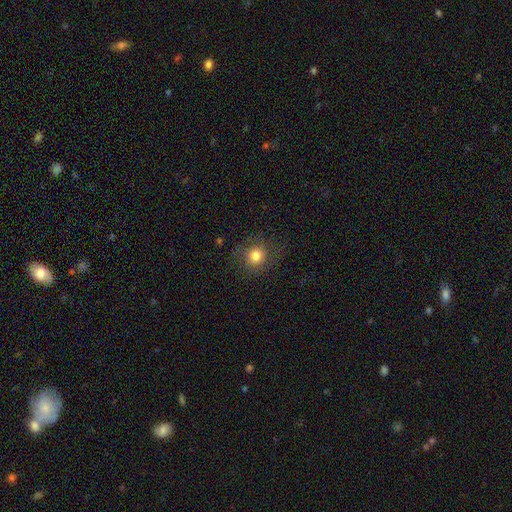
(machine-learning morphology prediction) smooth_or_featured: smooth (p=0.78) [alt: star or artifact p=0.11]
how_rounded: round (p=0.87) [alt: in between p=0.13]
merging: none (p=0.77) [alt: minor disturbance p=0.14]